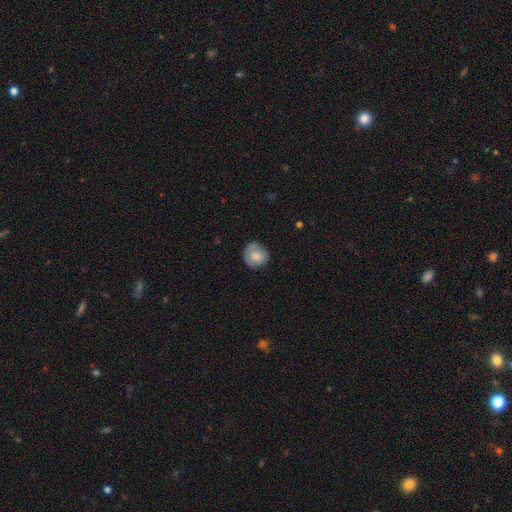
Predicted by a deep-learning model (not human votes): A smooth galaxy with no disk features (77%) that is round (86%). Merging: none (74%).